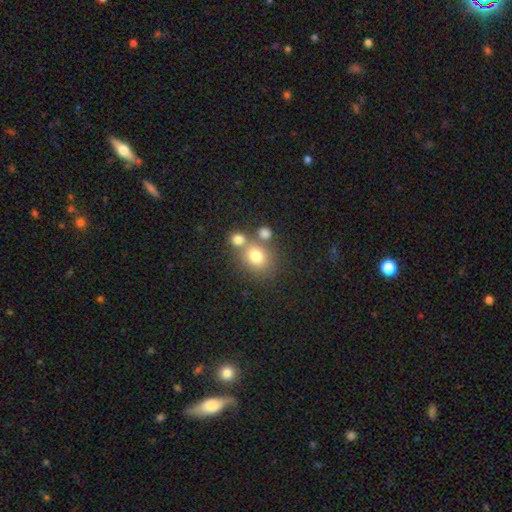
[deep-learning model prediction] This is likely a smooth galaxy (74%). How rounded: likely round (67%). Merging: possibly none (52%).